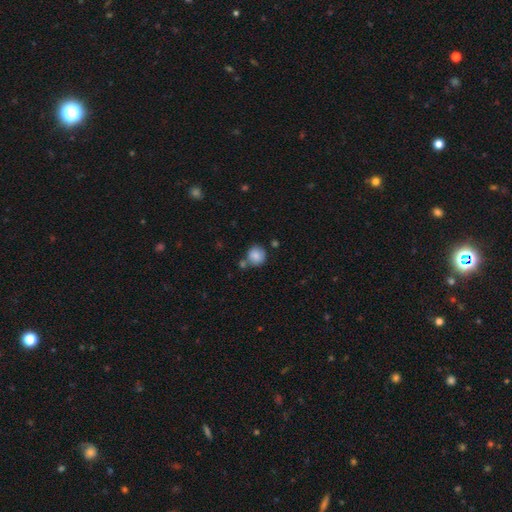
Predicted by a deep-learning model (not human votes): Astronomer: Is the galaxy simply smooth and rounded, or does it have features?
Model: smooth — 85%.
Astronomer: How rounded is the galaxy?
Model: round — 88%.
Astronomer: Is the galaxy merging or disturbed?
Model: none — 69%.